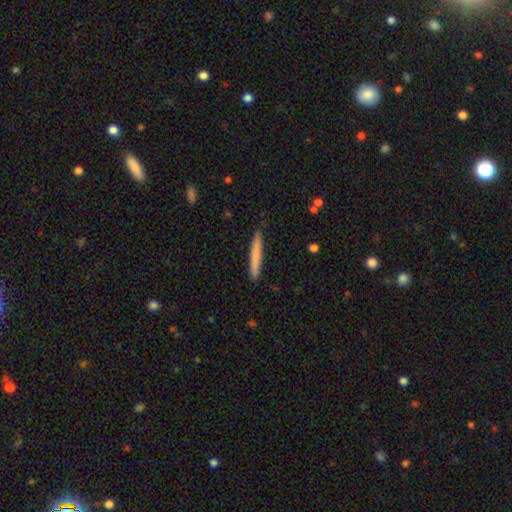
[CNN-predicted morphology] The model was most divided on "smooth or featured": smooth: 72%, featured or disk: 22%, star or artifact: 6%. More confident: how rounded — cigar-shaped (96%); merging — none (88%).